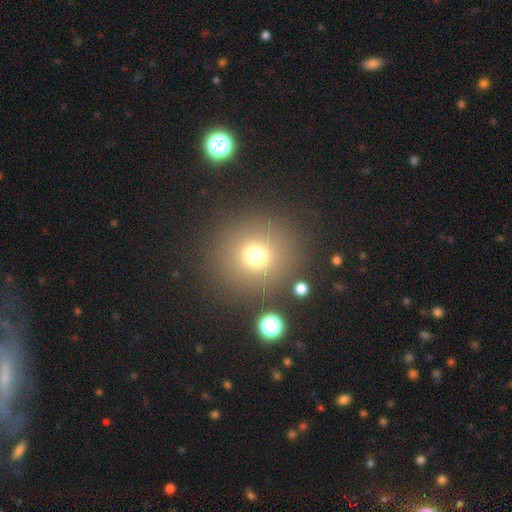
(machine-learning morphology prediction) This appears to be a smooth galaxy with no disk features (72%) that is round (92%). Merging: none (85%).